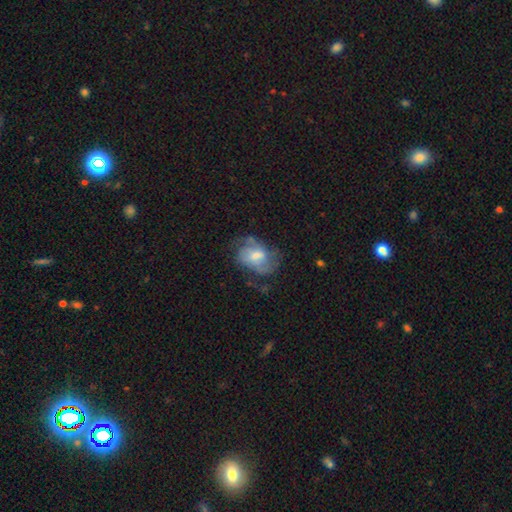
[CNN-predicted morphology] Smooth or featured: featured or disk — 59% (smooth — 34%)
Edge-on disk: no — 97% (yes — 3%)
Bar: weak — 48% (no — 41%)
Spiral arms: yes — 79% (no — 21%)
Bulge size: moderate — 50% (small — 32%)
Merging: none — 47% (minor disturbance — 27%)